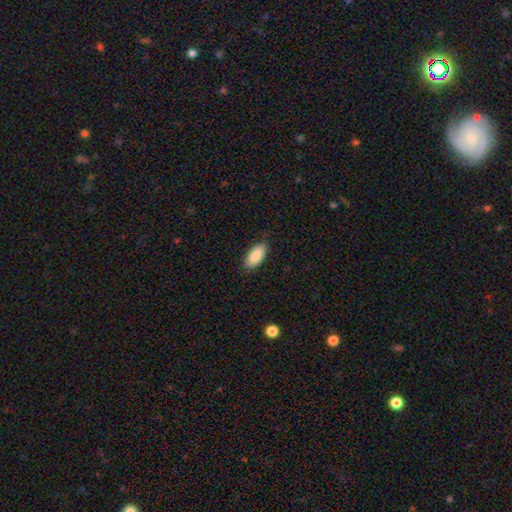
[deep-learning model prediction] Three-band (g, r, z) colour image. It shows a smooth galaxy with no disk features (88%) that is in between round and cigar-shaped (91%). Merging: none (83%).